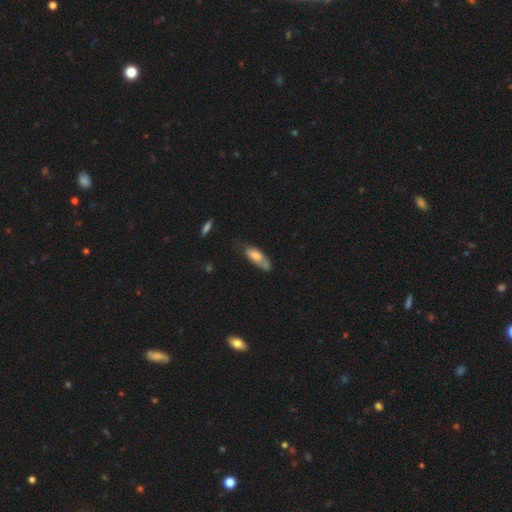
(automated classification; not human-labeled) The model was most divided on "merging": none: 47%, minor disturbance: 33%, major disturbance: 13%, merger: 6%. More confident: smooth or featured — smooth (67%); how rounded — in between (65%).